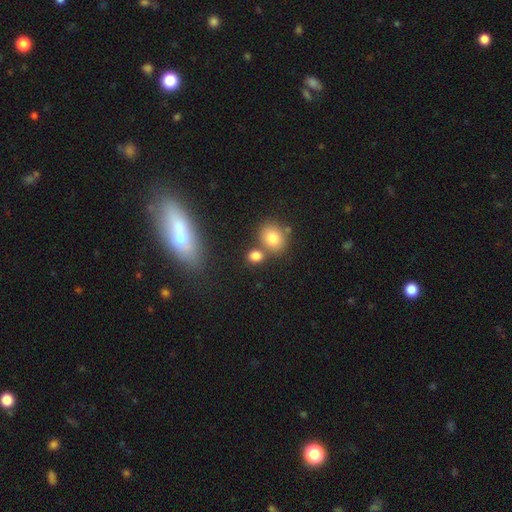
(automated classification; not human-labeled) smooth 80%, star or artifact 12%, featured or disk 8%. Down the decision tree: how rounded — round (56%); merging — none (63%).